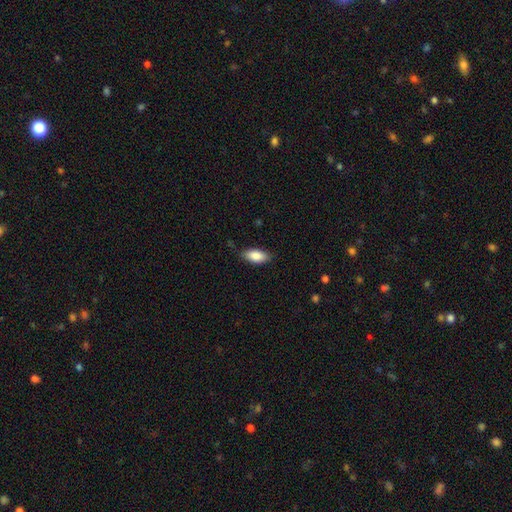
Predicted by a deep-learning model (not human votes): The model was most divided on "merging": none: 83%, minor disturbance: 14%, major disturbance: 2%, merger: 1%. More confident: how rounded — in between (88%); smooth or featured — smooth (86%).